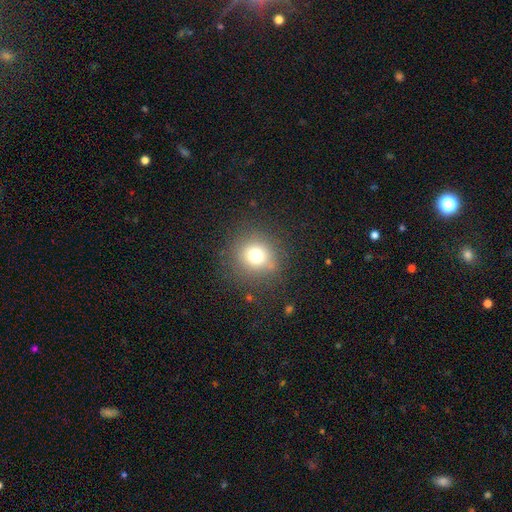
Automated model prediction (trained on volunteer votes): Overall: smooth (72%). How rounded: round (91%). Merging: none (85%).